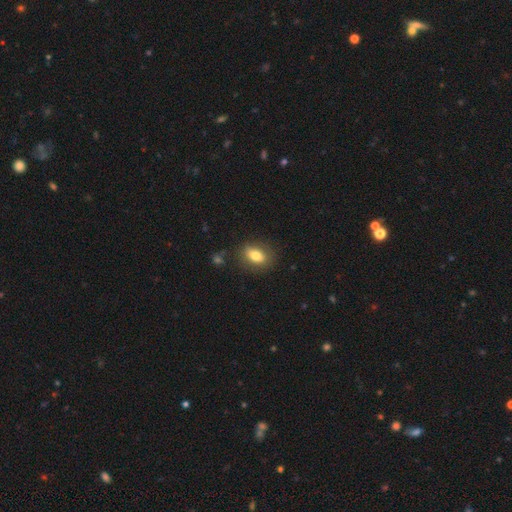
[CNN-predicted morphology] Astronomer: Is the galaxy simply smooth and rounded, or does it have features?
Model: smooth — 78%.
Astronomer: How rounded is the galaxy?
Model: in between — 80%.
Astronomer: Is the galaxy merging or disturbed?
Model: none — 79%.